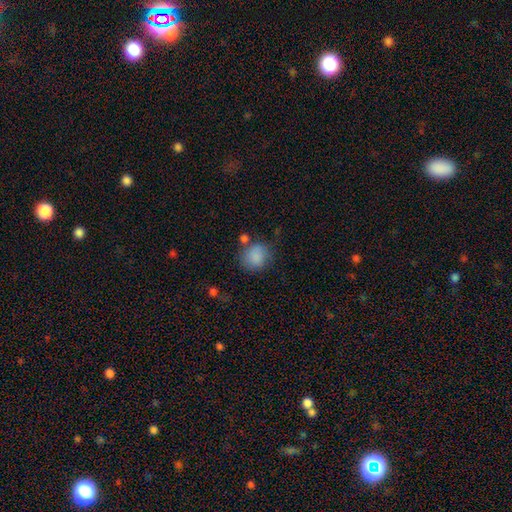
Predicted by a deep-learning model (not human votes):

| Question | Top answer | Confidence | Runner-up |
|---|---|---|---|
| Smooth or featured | smooth | 85% | star or artifact (9%) |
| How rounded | round | 74% | in between (25%) |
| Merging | none | 65% | minor disturbance (19%) |